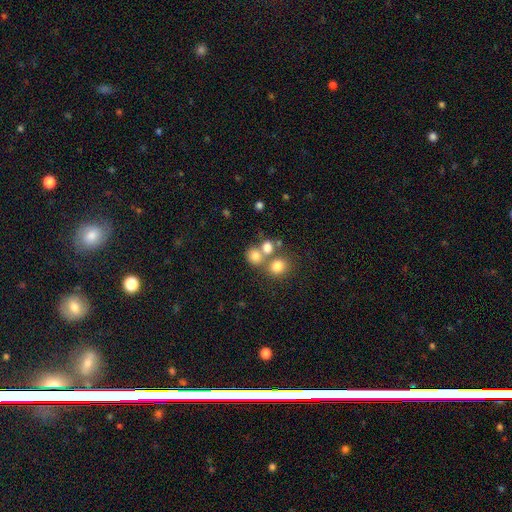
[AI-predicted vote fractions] smooth 75%, star or artifact 14%, featured or disk 11%. Down the decision tree: how rounded — round (75%); merging — none (47%).